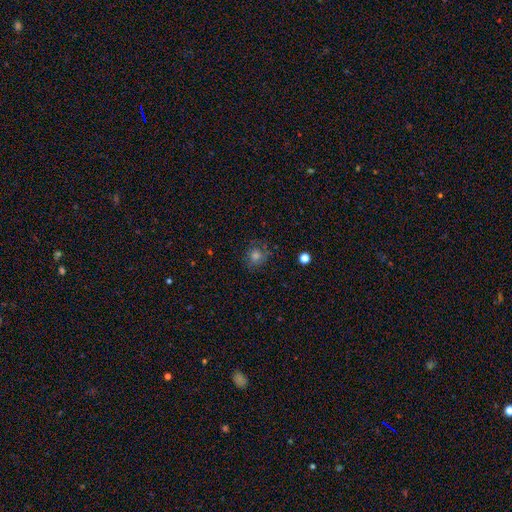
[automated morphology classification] A smooth galaxy with no disk features (68%) that is round (84%).

Vote fractions:
- Smooth or featured? smooth: 68% / star or artifact: 19% / featured or disk: 13%
- How rounded? round: 84% / in between: 15% / cigar-shaped: 1%
- Merging? none: 79% / minor disturbance: 15% / major disturbance: 5% / merger: 1%